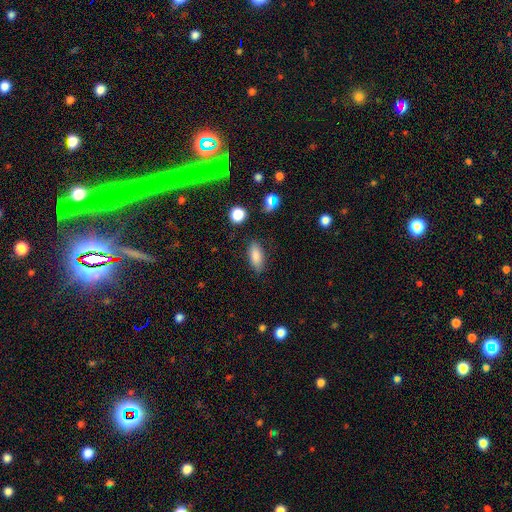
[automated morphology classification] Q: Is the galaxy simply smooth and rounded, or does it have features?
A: smooth — 84%.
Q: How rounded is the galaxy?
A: in between — 83%.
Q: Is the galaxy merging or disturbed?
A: none — 83%.